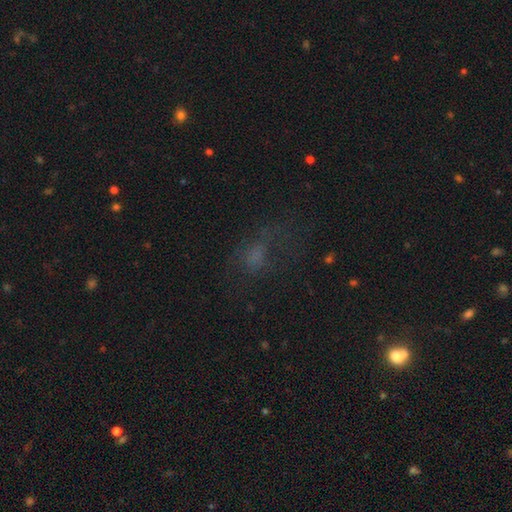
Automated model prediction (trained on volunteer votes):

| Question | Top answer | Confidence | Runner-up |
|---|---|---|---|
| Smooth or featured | smooth | 44% | star or artifact (32%) |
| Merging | none | 44% | major disturbance (35%) |